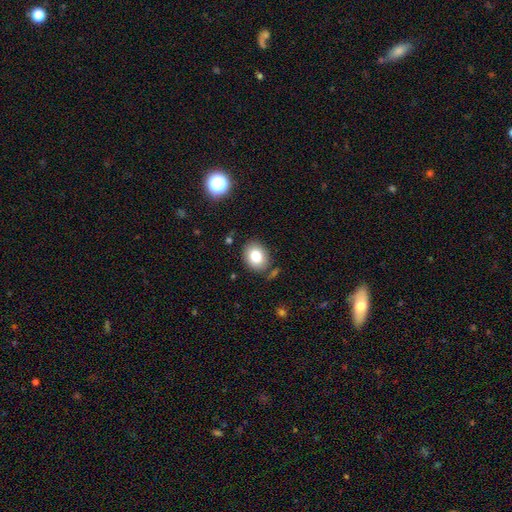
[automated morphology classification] Smooth or featured? smooth (81%)
How rounded? in between (55%)
Merging? none (82%)